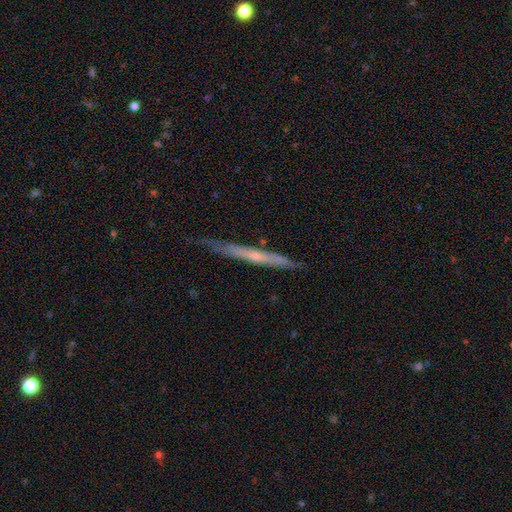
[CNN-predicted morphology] Smooth or featured?
  - featured or disk: 64% *
  - smooth: 30%
  - star or artifact: 6%
Edge-on disk?
  - yes: 94% *
  - no: 6%
Edge-on bulge?
  - none: 57% *
  - rounded: 39%
  - boxy: 4%
Merging?
  - none: 76% *
  - minor disturbance: 20%
  - major disturbance: 3%
  - merger: 2%